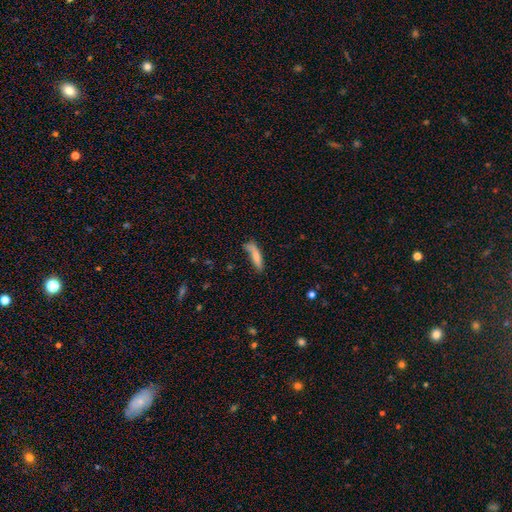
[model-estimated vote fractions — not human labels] A smooth galaxy with no disk features (77%) that is cigar-shaped (73%). Merging: none (53%).